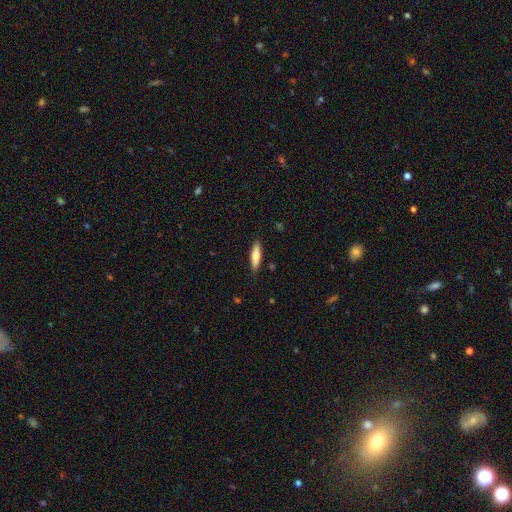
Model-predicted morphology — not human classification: Smooth or featured?
  - smooth: 64% *
  - featured or disk: 31%
  - star or artifact: 6%
How rounded?
  - cigar-shaped: 67% *
  - in between: 32%
  - round: 2%
Merging?
  - none: 88% *
  - minor disturbance: 9%
  - major disturbance: 2%
  - merger: 1%